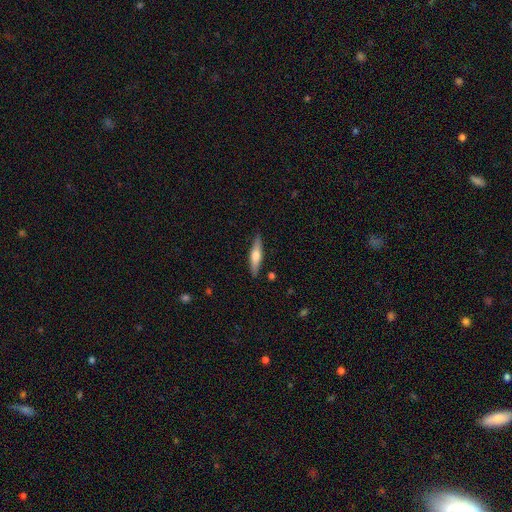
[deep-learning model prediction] Smooth or featured?
  - featured or disk: 48% *
  - smooth: 46%
  - star or artifact: 6%
Merging?
  - none: 88% *
  - minor disturbance: 9%
  - major disturbance: 2%
  - merger: 2%